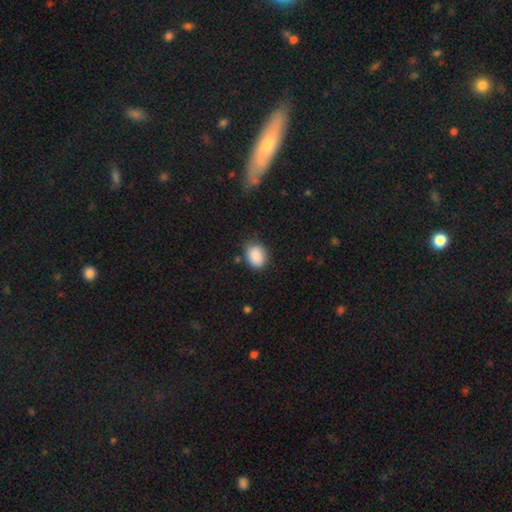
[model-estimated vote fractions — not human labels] The model was most divided on "how rounded": in between: 61%, round: 38%, cigar-shaped: 1%. More confident: smooth or featured — smooth (86%); merging — none (74%).